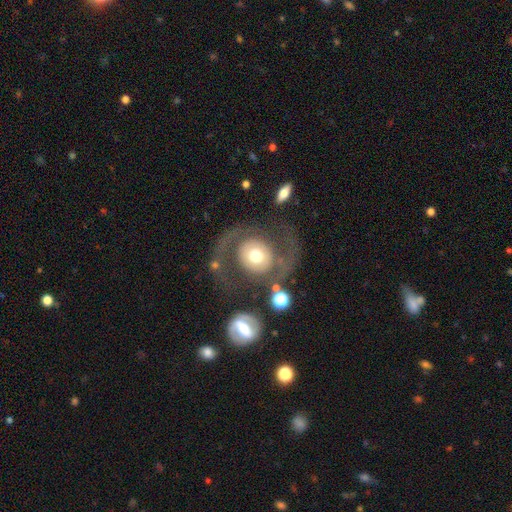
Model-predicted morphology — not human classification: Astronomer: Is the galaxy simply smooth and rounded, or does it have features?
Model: featured or disk — 56% (runner-up: smooth, 37%).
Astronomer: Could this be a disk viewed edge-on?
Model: no — 95%.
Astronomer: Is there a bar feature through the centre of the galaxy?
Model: no — 84%.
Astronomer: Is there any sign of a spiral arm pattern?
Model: no — 60% (runner-up: yes, 40%).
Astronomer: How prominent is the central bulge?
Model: moderate — 57%.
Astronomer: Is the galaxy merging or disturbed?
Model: none — 60%.